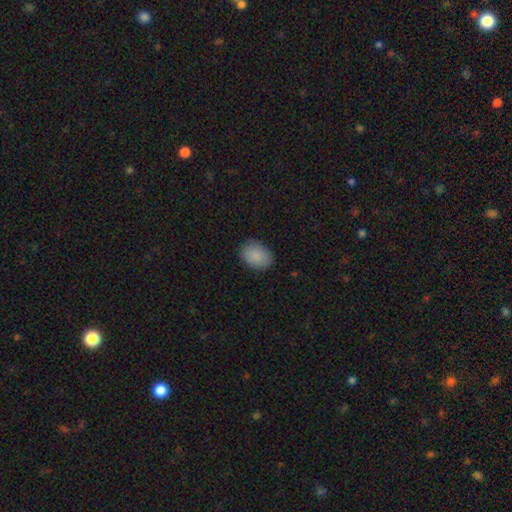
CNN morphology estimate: smooth_or_featured: smooth (p=0.89) [alt: star or artifact p=0.07]
how_rounded: in between (p=0.64) [alt: round p=0.35]
merging: none (p=0.85) [alt: minor disturbance p=0.11]